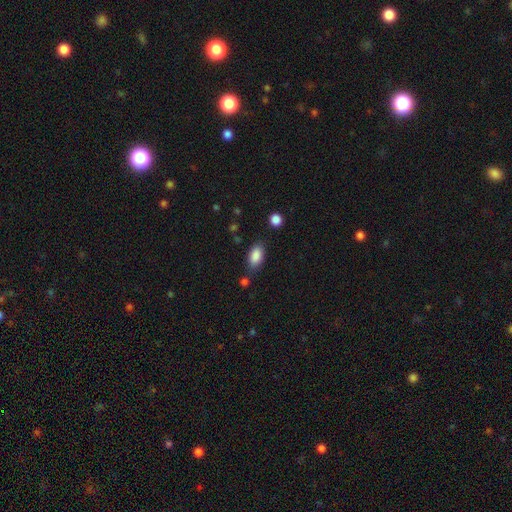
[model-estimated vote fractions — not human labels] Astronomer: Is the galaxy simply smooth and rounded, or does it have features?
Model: smooth — 87%.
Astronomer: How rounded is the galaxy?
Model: in between — 91%.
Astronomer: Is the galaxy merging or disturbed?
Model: none — 77%.